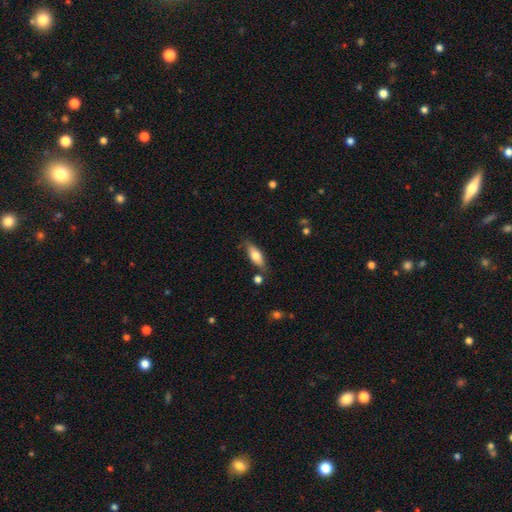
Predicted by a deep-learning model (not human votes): Smooth or featured? smooth (63%)
How rounded? in between (63%)
Merging? none (75%)